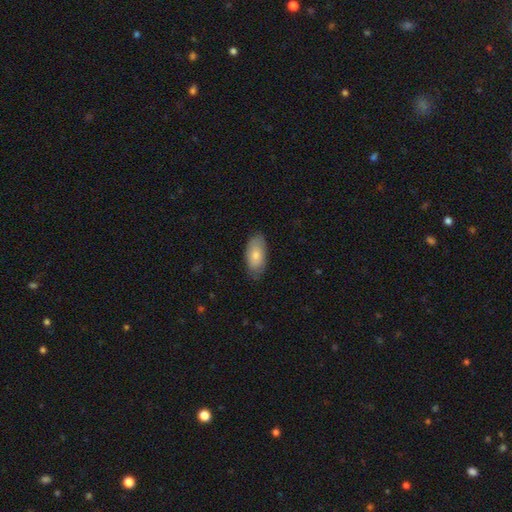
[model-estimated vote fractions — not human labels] The model was most divided on "merging": none: 76%, minor disturbance: 19%, major disturbance: 4%, merger: 1%. More confident: how rounded — in between (93%); smooth or featured — smooth (76%).